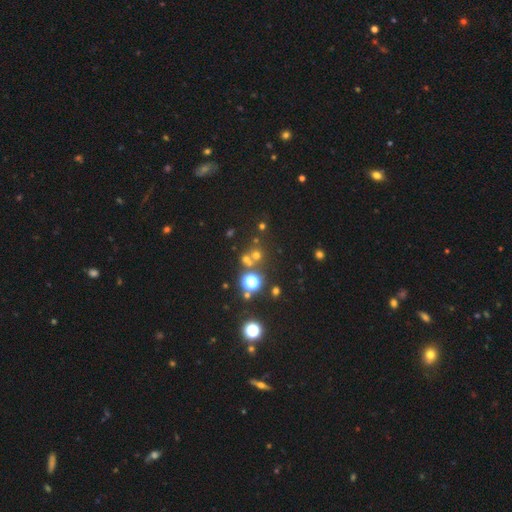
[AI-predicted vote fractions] Morphology: type=star or artifact (45%).